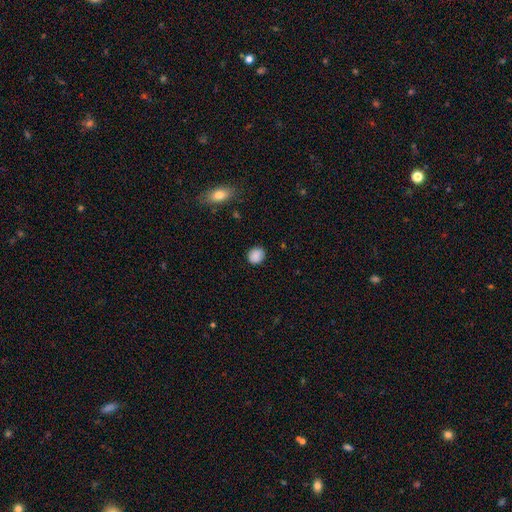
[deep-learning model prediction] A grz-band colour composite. It shows a smooth galaxy with no disk features (87%) that is round (76%). Merging: none (85%).